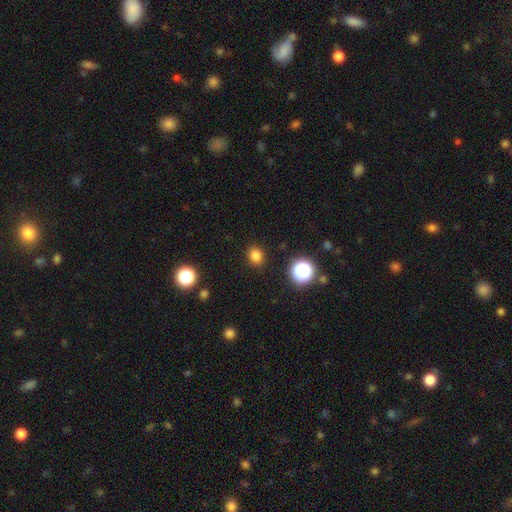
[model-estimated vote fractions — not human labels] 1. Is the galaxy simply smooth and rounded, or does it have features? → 81% smooth, 15% star or artifact, 4% featured or disk.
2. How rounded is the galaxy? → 61% round, 38% in between, 1% cigar-shaped.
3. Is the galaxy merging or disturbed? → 89% none, 7% minor disturbance, 2% major disturbance, 1% merger.